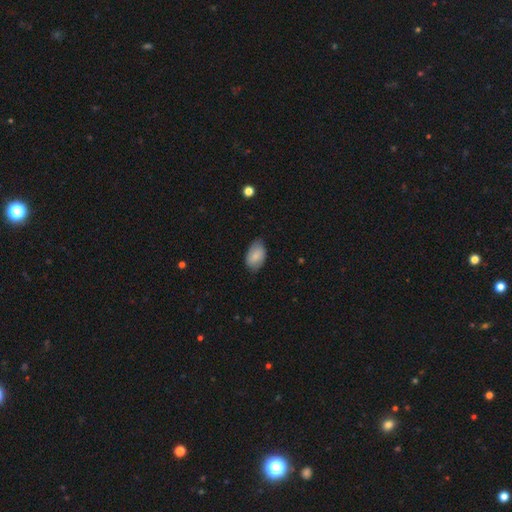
smooth_or_featured: smooth (p=0.85) [alt: featured or disk p=0.10]
how_rounded: in between (p=0.88) [alt: round p=0.09]
merging: none (p=0.61) [alt: minor disturbance p=0.32]